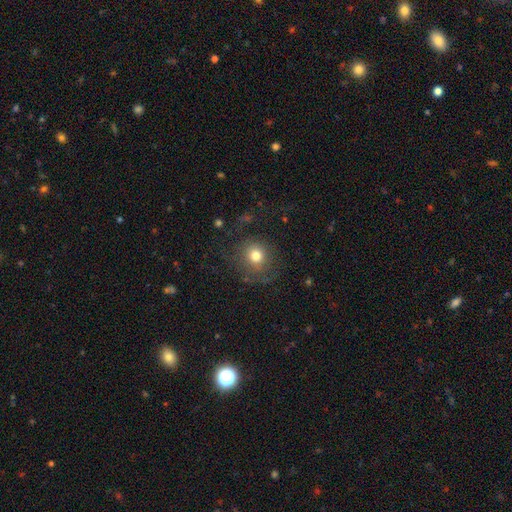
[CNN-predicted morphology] smooth-or-featured: smooth: 73% | featured or disk: 14% | star or artifact: 12%
  how-rounded: round: 87% | in between: 12% | cigar-shaped: 1%
  merging: none: 70% | minor disturbance: 15% | major disturbance: 13% | merger: 2%